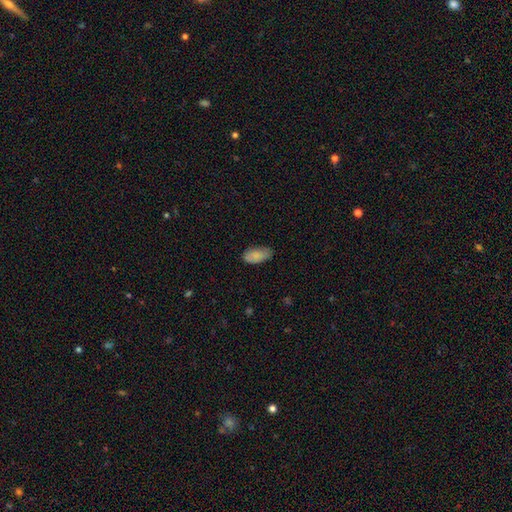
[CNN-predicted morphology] type=smooth (84%); roundness=in between (93%); merging=none (65%).